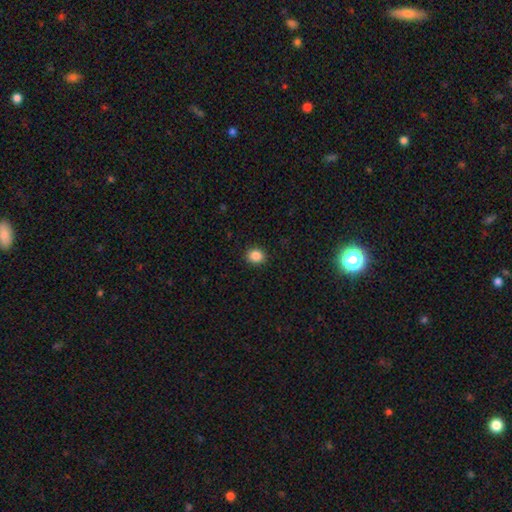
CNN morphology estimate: A smooth galaxy with no disk features (87%) that is round (71%).

Vote fractions:
- Smooth or featured? smooth: 87% / star or artifact: 10% / featured or disk: 3%
- How rounded? round: 71% / in between: 29% / cigar-shaped: 1%
- Merging? none: 91% / minor disturbance: 6% / major disturbance: 2% / merger: 1%